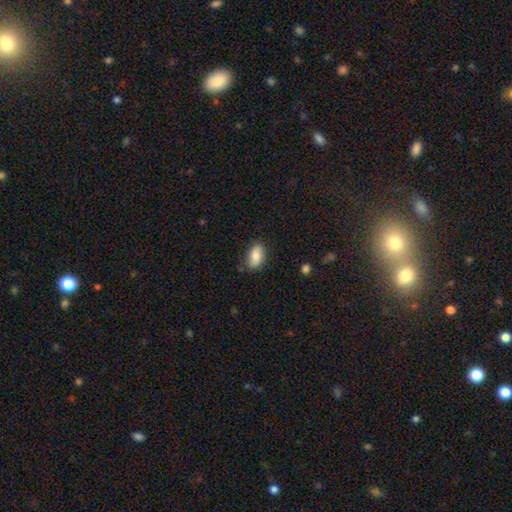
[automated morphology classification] Overall: smooth (82%). How rounded: in between (92%). Merging: none (79%).